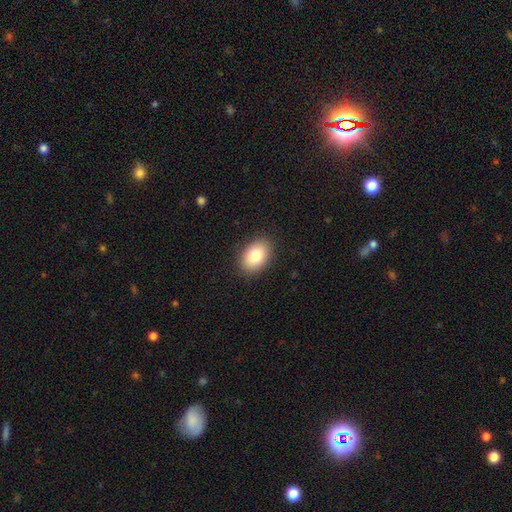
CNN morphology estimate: Smooth or featured? Predicted: smooth (p=0.82). How rounded? Predicted: in between (p=0.84). Merging? Predicted: none (p=0.89).